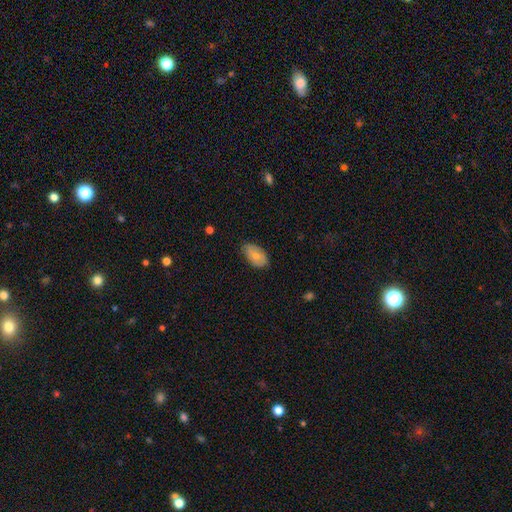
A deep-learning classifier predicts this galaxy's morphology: Smooth or featured? smooth (75%)
How rounded? in between (93%)
Merging? none (76%)